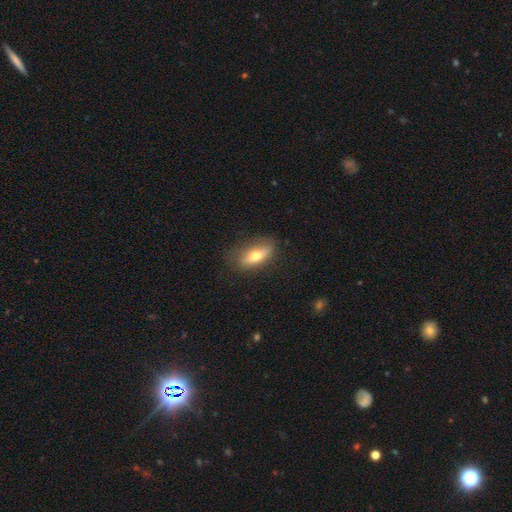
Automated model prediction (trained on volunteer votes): A smooth galaxy with no disk features (57%) that is in between round and cigar-shaped (66%).

Vote fractions:
- Smooth or featured? smooth: 57% / featured or disk: 36% / star or artifact: 7%
- How rounded? in between: 66% / cigar-shaped: 30% / round: 5%
- Merging? none: 80% / minor disturbance: 15% / major disturbance: 4% / merger: 1%